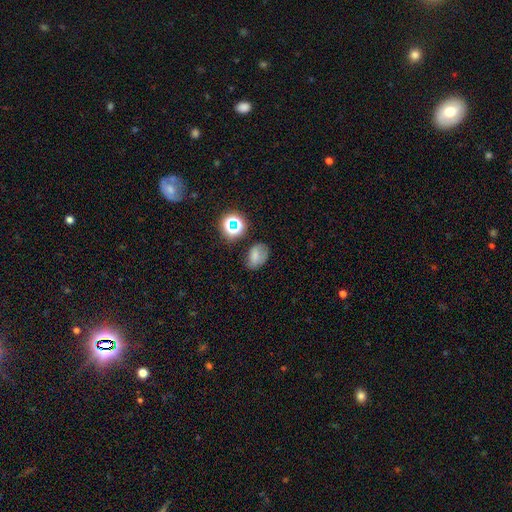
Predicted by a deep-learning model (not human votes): smooth_or_featured: smooth (p=0.69) [alt: star or artifact p=0.17]
how_rounded: in between (p=0.76) [alt: round p=0.22]
merging: none (p=0.63) [alt: minor disturbance p=0.25]